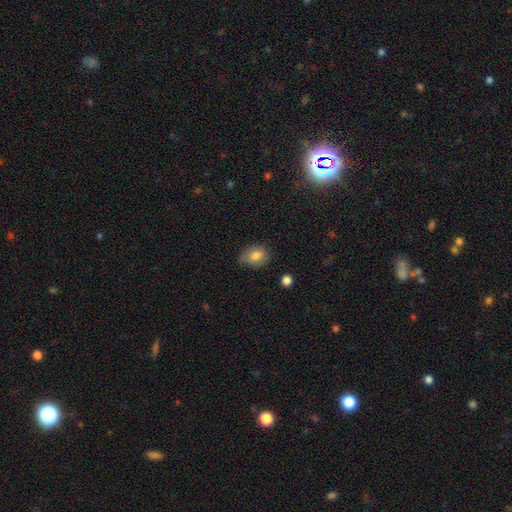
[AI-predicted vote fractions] A smooth galaxy with no disk features (79%) that is in between round and cigar-shaped (59%). Merging: none (66%).